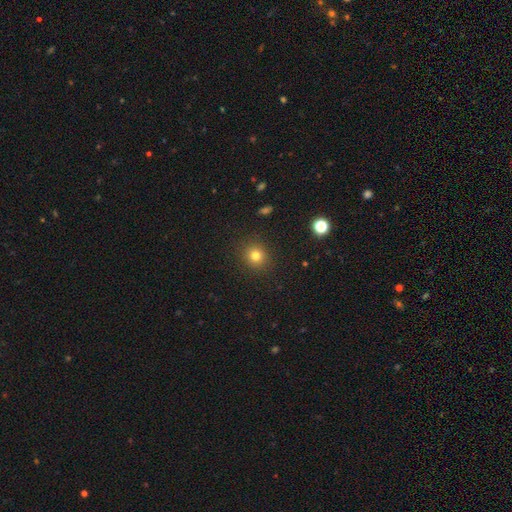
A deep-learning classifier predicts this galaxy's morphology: Smooth or featured? smooth (79%)
How rounded? round (86%)
Merging? none (90%)